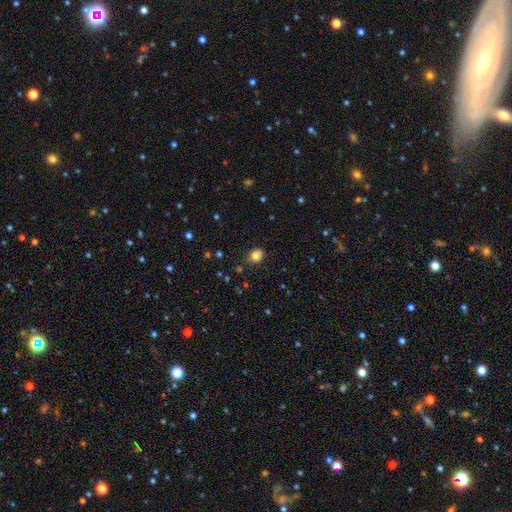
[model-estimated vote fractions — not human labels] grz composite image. It shows a smooth galaxy with no disk features (80%) that is round (53%). Merging: none (74%).